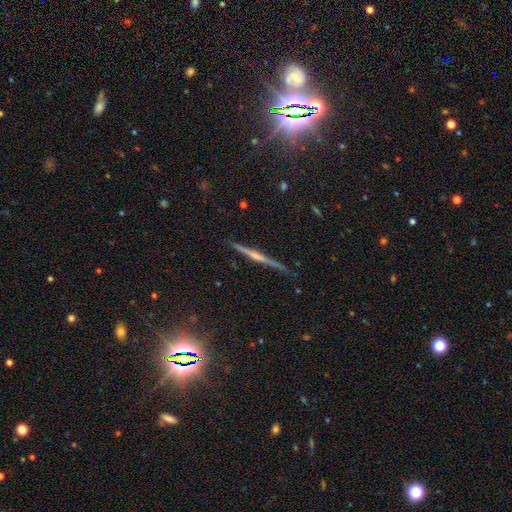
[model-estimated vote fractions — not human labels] This appears to be a featured or disk galaxy (71%) viewed edge-on (98%) with a rounded central bulge (58%). Merging: none (88%).